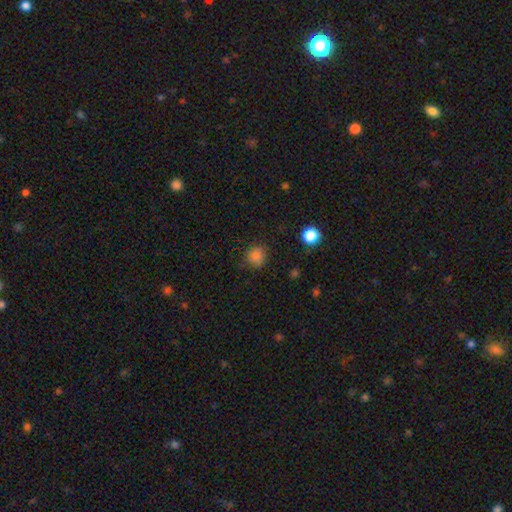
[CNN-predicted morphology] smooth 83%, star or artifact 13%, featured or disk 4%. Down the decision tree: how rounded — round (85%); merging — none (80%).